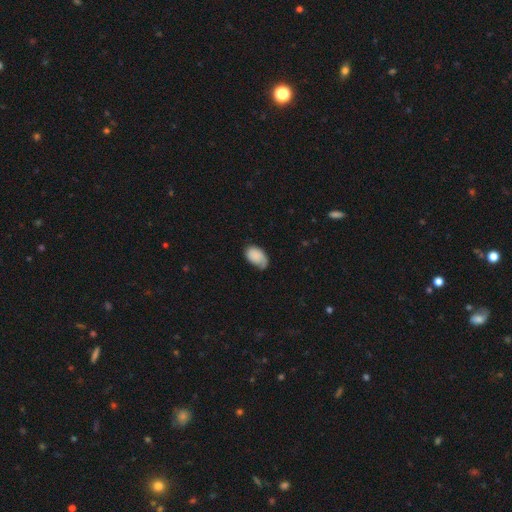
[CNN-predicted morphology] smooth-or-featured: smooth: 74% | featured or disk: 18% | star or artifact: 7%
  how-rounded: in between: 90% | round: 9% | cigar-shaped: 1%
  merging: none: 49% | minor disturbance: 34% | major disturbance: 14% | merger: 2%